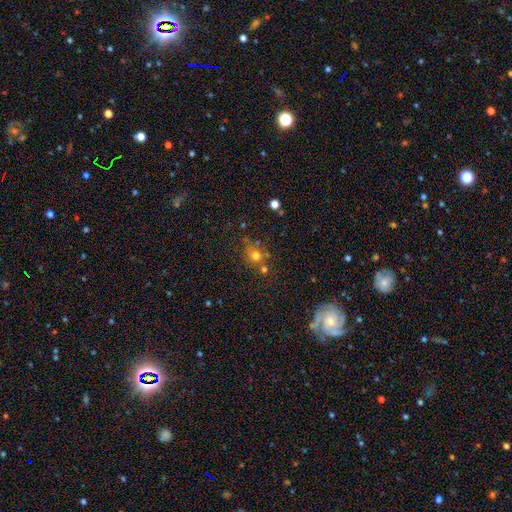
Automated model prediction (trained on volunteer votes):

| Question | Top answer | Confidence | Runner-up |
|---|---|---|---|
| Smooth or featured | smooth | 69% | star or artifact (19%) |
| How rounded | round | 79% | in between (19%) |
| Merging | none | 56% | merger (22%) |